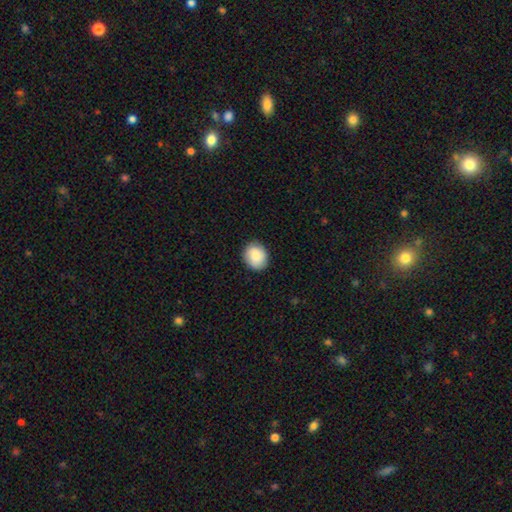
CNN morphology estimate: A smooth galaxy with no disk features (85%) that is round (66%).

Vote fractions:
- Smooth or featured? smooth: 85% / featured or disk: 8% / star or artifact: 7%
- How rounded? round: 66% / in between: 33% / cigar-shaped: 1%
- Merging? none: 87% / minor disturbance: 10% / major disturbance: 2% / merger: 1%